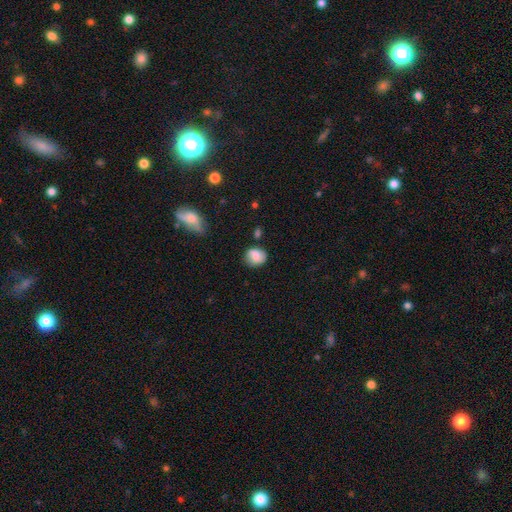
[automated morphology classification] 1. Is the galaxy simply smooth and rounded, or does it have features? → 80% smooth, 11% featured or disk, 9% star or artifact.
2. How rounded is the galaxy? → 67% round, 32% in between, 1% cigar-shaped.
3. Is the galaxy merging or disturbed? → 66% none, 24% minor disturbance, 6% major disturbance, 5% merger.